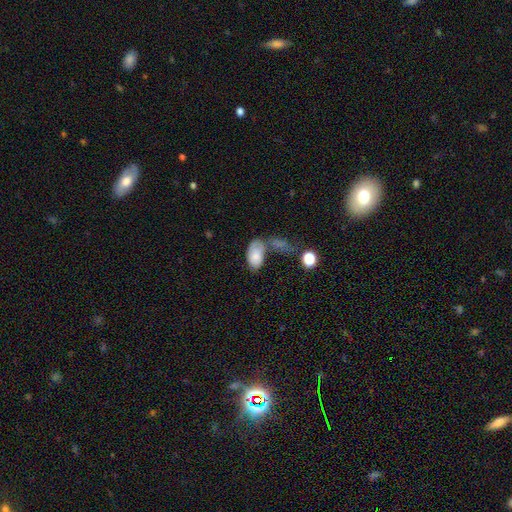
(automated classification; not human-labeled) Smooth or featured?
  - smooth: 76% *
  - featured or disk: 16%
  - star or artifact: 8%
How rounded?
  - in between: 93% *
  - round: 5%
  - cigar-shaped: 2%
Merging?
  - merger: 35% *
  - none: 30%
  - minor disturbance: 20%
  - major disturbance: 15%